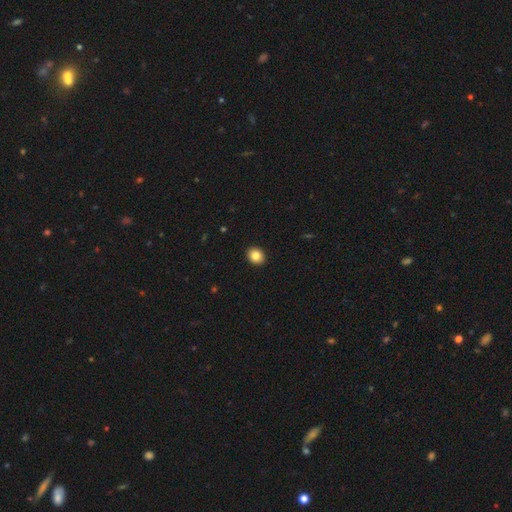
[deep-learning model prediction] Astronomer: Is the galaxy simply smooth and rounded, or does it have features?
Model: smooth — 84%.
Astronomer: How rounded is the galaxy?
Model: round — 62% (runner-up: in between, 38%).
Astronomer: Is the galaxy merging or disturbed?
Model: none — 92%.